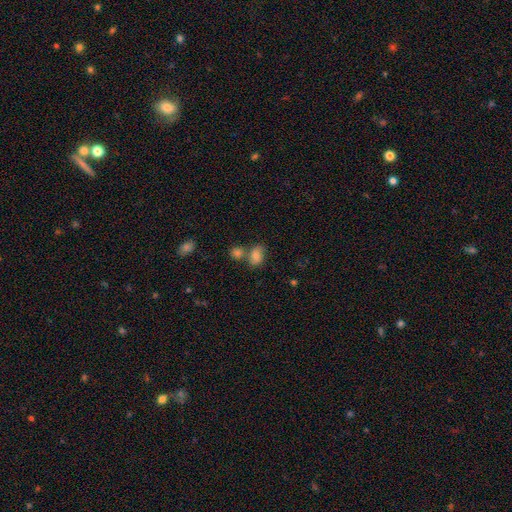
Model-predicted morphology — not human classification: smooth 76%, featured or disk 13%, star or artifact 11%. Down the decision tree: how rounded — in between (68%); merging — none (47%).